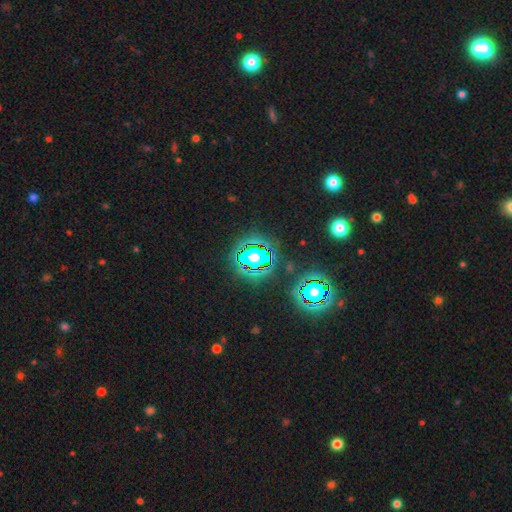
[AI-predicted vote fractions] Smooth or featured? star or artifact (63%)